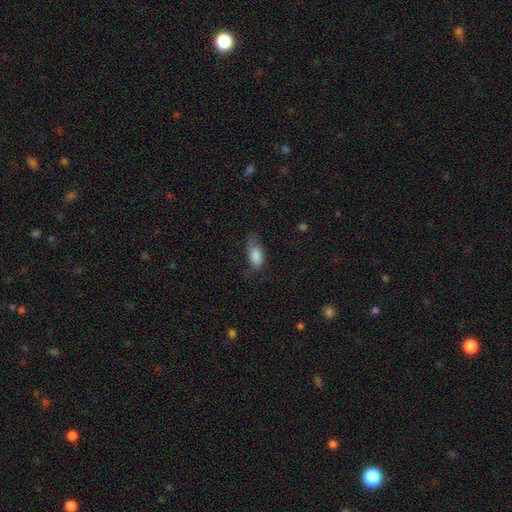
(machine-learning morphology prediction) This is likely a smooth galaxy (78%). How rounded: clearly in between (90%). Merging: marginally none (43%).